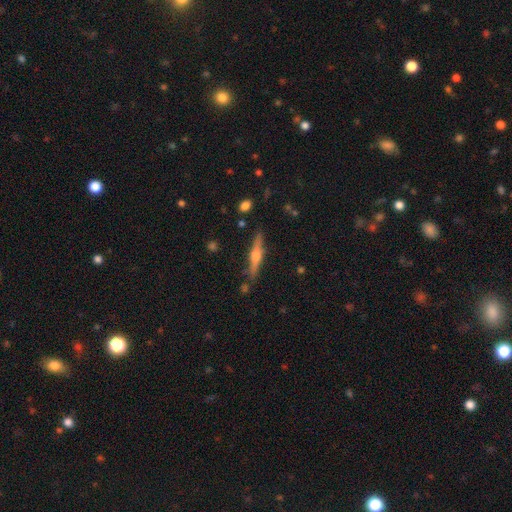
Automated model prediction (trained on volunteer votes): Q: Smooth or featured?
A: featured or disk (70%); runner-up: smooth (24%)
Q: Edge-on disk?
A: yes (97%); runner-up: no (3%)
Q: Edge-on bulge?
A: rounded (87%); runner-up: boxy (9%)
Q: Merging?
A: none (85%); runner-up: minor disturbance (10%)